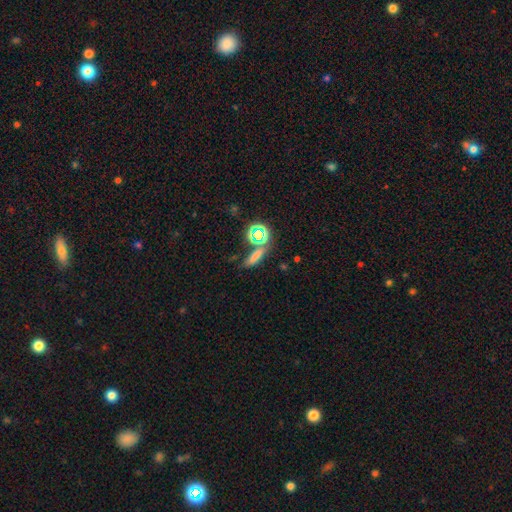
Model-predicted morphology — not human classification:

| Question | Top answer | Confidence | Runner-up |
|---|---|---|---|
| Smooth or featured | smooth | 63% | star or artifact (26%) |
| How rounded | cigar-shaped | 53% | in between (34%) |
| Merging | none | 66% | merger (16%) |